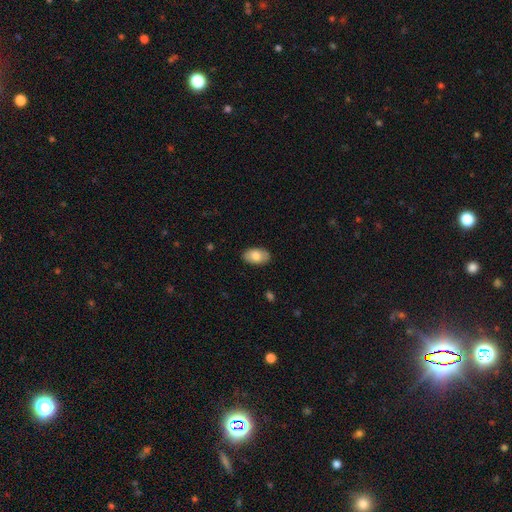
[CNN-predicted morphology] Smooth or featured? Predicted: smooth (p=0.80). How rounded? Predicted: in between (p=0.94). Merging? Predicted: none (p=0.86).